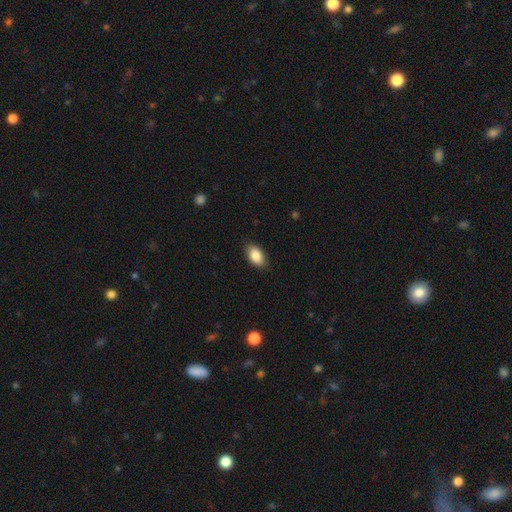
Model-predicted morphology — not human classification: Smooth or featured? Predicted: smooth (p=0.86). How rounded? Predicted: in between (p=0.91). Merging? Predicted: none (p=0.86).